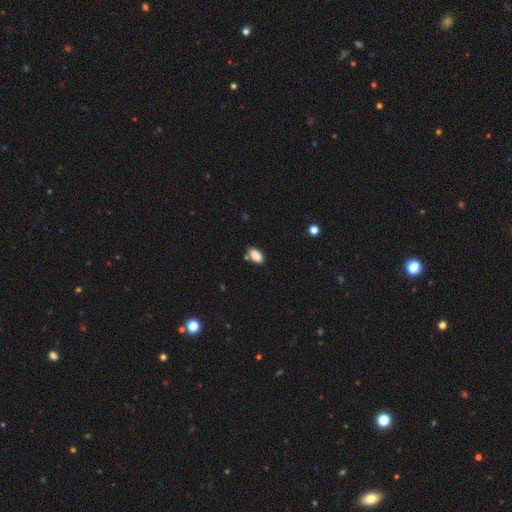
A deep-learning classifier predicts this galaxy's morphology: Overall: smooth (87%). How rounded: in between (92%). Merging: none (75%).